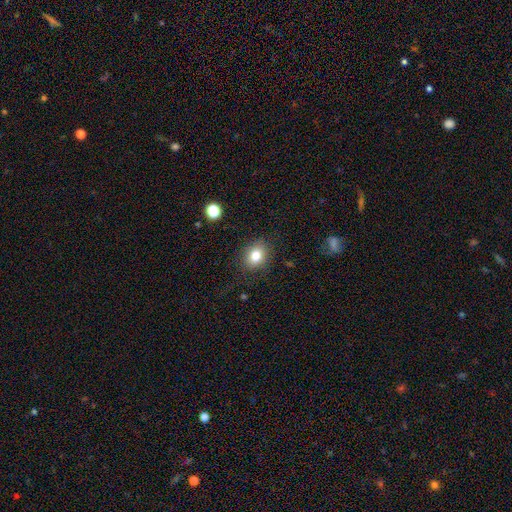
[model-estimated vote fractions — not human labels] The model was most divided on "how rounded": in between: 54%, round: 45%, cigar-shaped: 1%. More confident: merging — none (84%); smooth or featured — smooth (81%).